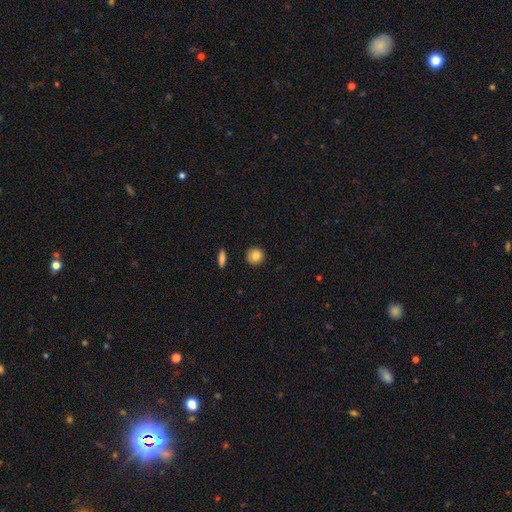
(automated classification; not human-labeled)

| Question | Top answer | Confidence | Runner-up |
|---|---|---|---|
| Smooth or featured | smooth | 84% | star or artifact (9%) |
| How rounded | round | 93% | in between (6%) |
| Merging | none | 91% | minor disturbance (6%) |